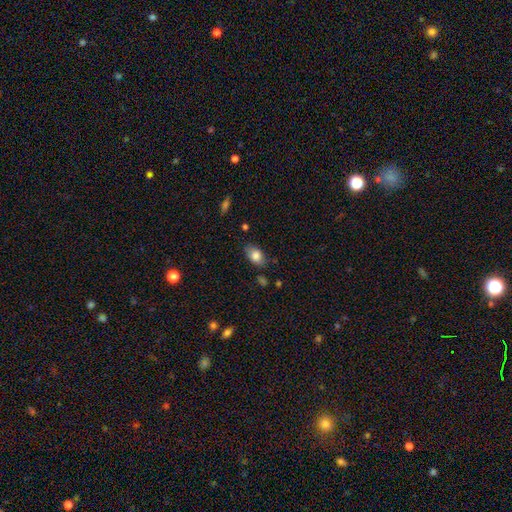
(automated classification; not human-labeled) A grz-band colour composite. It shows a smooth galaxy with no disk features (83%) that is in between round and cigar-shaped (86%). Merging: none (76%).